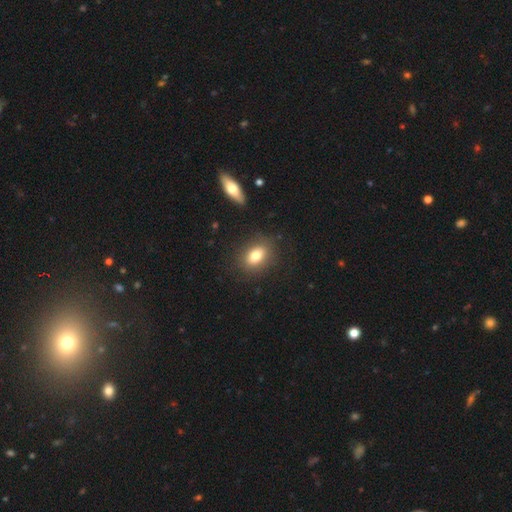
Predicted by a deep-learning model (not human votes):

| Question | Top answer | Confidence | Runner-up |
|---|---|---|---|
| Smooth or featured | smooth | 78% | featured or disk (12%) |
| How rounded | in between | 72% | round (25%) |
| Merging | none | 84% | minor disturbance (10%) |